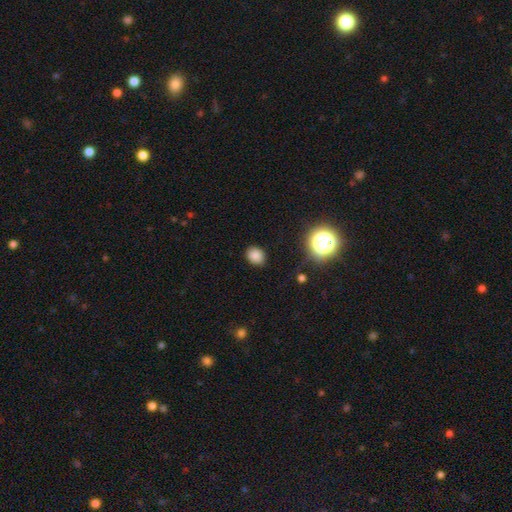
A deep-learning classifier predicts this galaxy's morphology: A smooth galaxy with no disk features (81%) that is round (53%).

Vote fractions:
- Smooth or featured? smooth: 81% / star or artifact: 14% / featured or disk: 5%
- How rounded? round: 53% / in between: 46% / cigar-shaped: 1%
- Merging? none: 85% / minor disturbance: 10% / major disturbance: 3% / merger: 1%